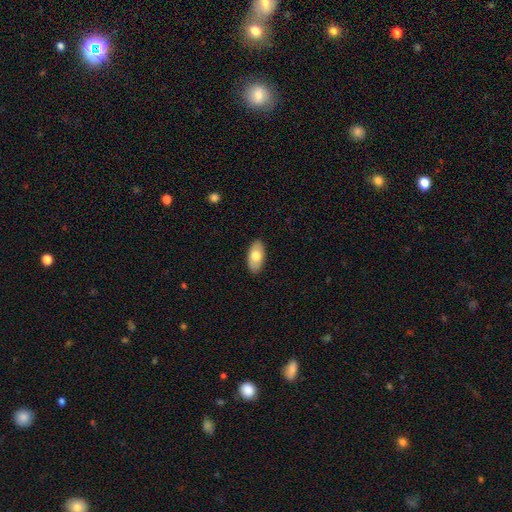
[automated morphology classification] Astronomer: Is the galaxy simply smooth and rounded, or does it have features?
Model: smooth — 72%.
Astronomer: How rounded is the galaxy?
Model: in between — 94%.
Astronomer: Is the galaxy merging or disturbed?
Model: none — 88%.